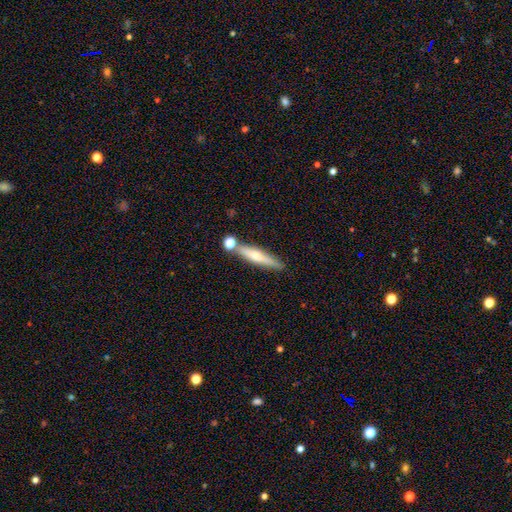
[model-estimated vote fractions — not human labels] Overall: smooth (47%; featured or disk 46%). Merging: none (73%).